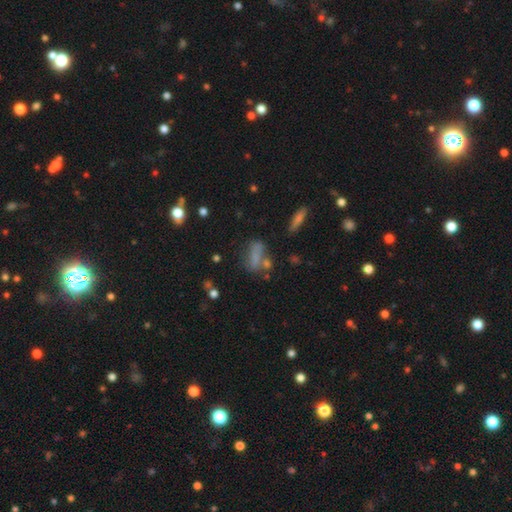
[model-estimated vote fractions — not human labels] Smooth or featured? Predicted: smooth (p=0.64). How rounded? Predicted: in between (p=0.62). Merging? Predicted: none (p=0.46).